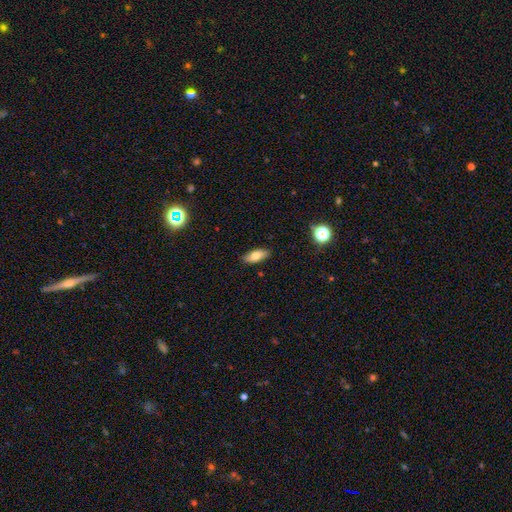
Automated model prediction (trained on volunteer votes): Smooth or featured? Predicted: smooth (p=0.78). How rounded? Predicted: in between (p=0.81). Merging? Predicted: none (p=0.88).